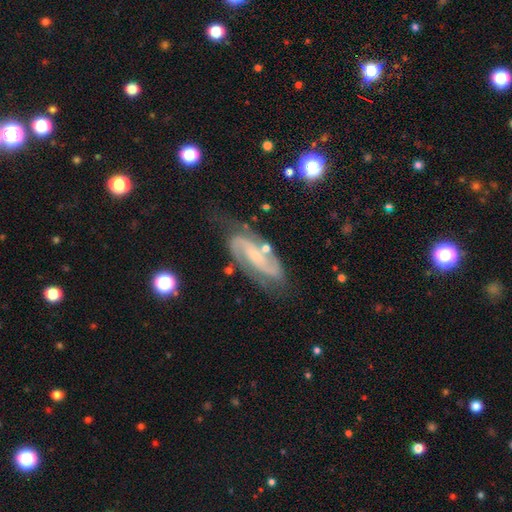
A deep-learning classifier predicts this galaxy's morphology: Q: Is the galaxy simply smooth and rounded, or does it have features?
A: featured or disk — 86%.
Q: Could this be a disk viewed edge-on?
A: no — 94%.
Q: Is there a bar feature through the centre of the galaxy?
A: weak — 40%.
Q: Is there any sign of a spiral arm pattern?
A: yes — 97%.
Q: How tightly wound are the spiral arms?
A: medium — 50%.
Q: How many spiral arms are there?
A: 2 — 89%.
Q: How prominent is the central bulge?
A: small — 64%.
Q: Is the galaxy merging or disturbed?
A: none — 69%.